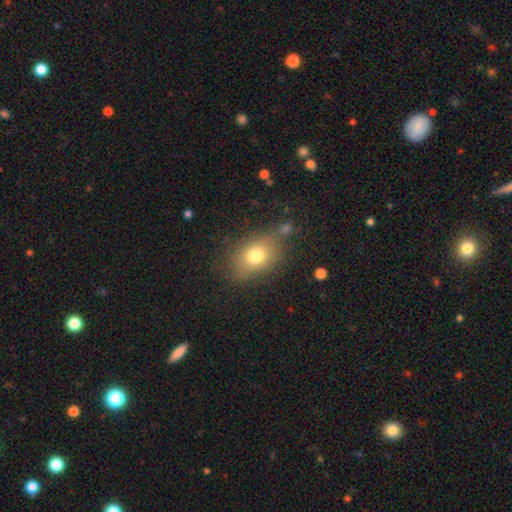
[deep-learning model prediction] Smooth or featured? Predicted: smooth (p=0.74). How rounded? Predicted: in between (p=0.71). Merging? Predicted: none (p=0.72).